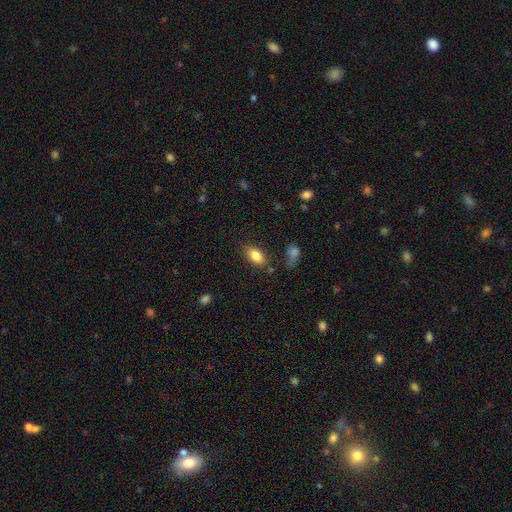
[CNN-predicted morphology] Smooth or featured? Predicted: smooth (p=0.84). How rounded? Predicted: in between (p=0.89). Merging? Predicted: none (p=0.78).